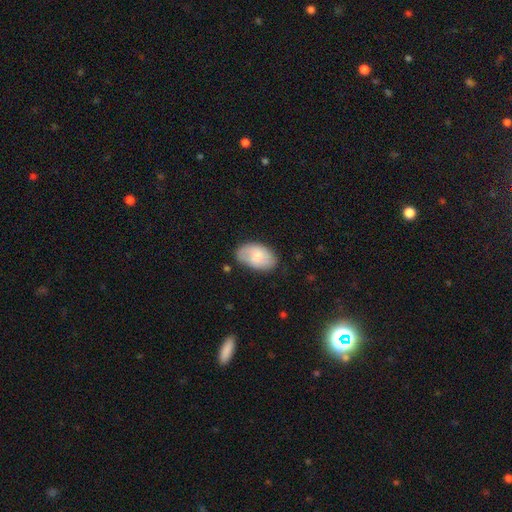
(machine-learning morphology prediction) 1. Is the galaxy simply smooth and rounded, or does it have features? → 69% smooth, 25% featured or disk, 6% star or artifact.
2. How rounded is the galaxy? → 92% in between, 6% round, 1% cigar-shaped.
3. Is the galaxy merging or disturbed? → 73% none, 21% minor disturbance, 4% major disturbance, 2% merger.